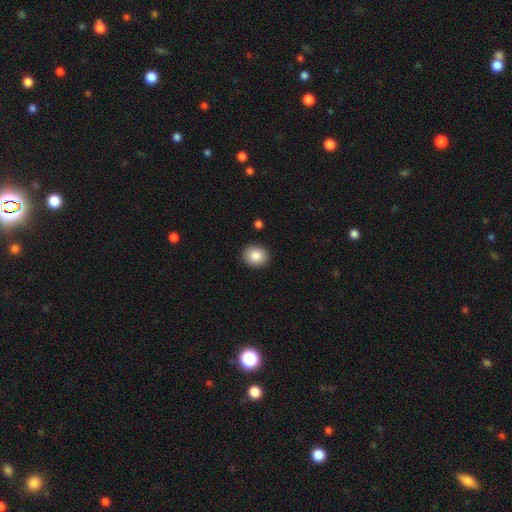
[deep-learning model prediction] This is clearly a smooth galaxy (85%). How rounded: likely round (76%). Merging: clearly none (91%).